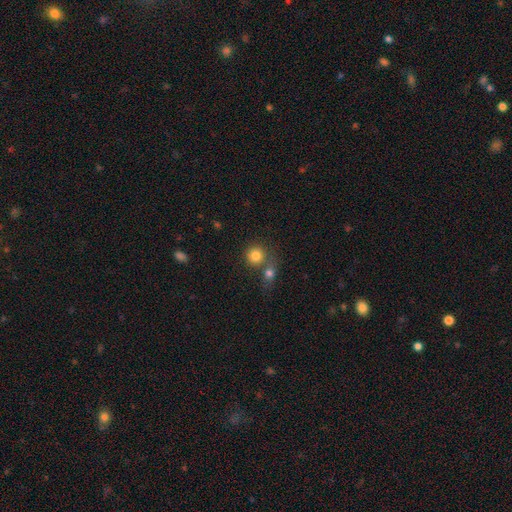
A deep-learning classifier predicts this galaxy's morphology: smooth-or-featured: smooth: 81% | star or artifact: 11% | featured or disk: 8%
  how-rounded: round: 89% | in between: 10% | cigar-shaped: 1%
  merging: none: 55% | merger: 34% | minor disturbance: 7% | major disturbance: 3%